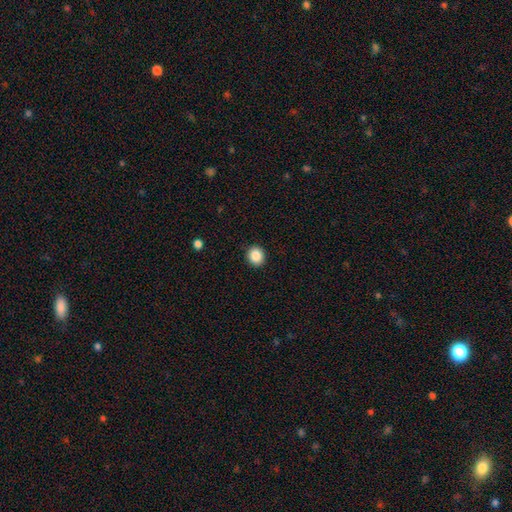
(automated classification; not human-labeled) This appears to be a smooth galaxy with no disk features (87%) that is round (80%). Merging: none (91%).